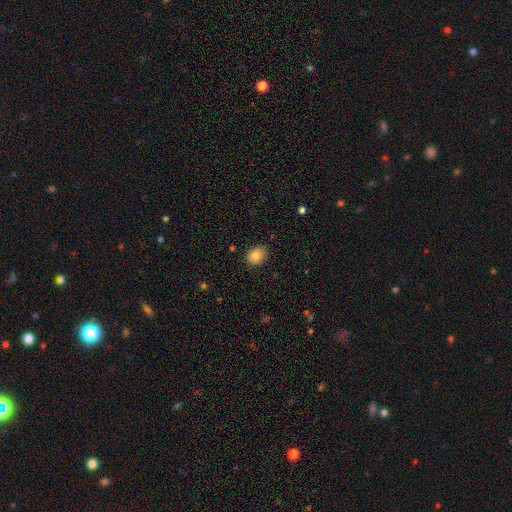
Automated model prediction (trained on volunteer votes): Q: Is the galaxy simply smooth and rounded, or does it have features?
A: smooth — 84%.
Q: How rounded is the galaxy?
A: in between — 52%.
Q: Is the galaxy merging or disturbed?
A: none — 84%.